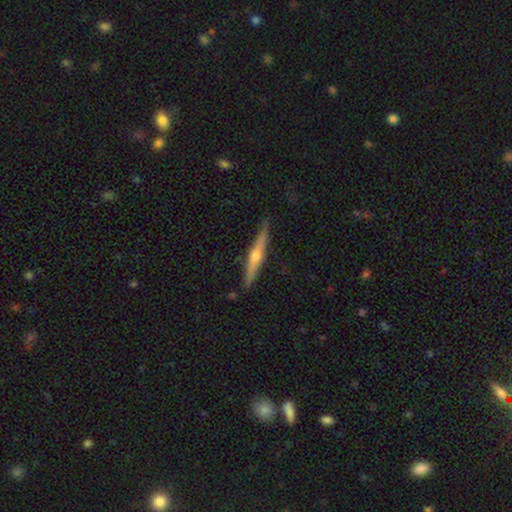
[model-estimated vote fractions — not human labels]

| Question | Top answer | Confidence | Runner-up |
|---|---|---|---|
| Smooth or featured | featured or disk | 68% | smooth (26%) |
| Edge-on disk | yes | 97% | no (3%) |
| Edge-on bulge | rounded | 89% | none (8%) |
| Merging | none | 86% | minor disturbance (11%) |